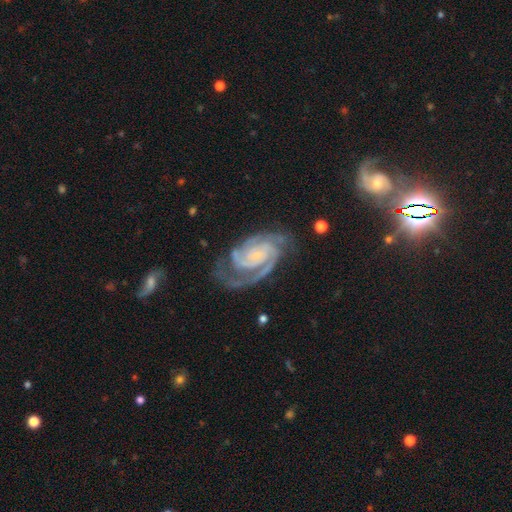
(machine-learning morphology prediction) Q: Smooth or featured?
A: featured or disk (92%); runner-up: star or artifact (4%)
Q: Edge-on disk?
A: no (98%); runner-up: yes (2%)
Q: Bar?
A: no (58%); runner-up: weak (30%)
Q: Spiral arms?
A: yes (99%); runner-up: no (1%)
Q: Spiral winding?
A: tight (65%); runner-up: medium (31%)
Q: Spiral arm count?
A: 2 (65%); runner-up: 3 (19%)
Q: Bulge size?
A: small (64%); runner-up: none (22%)
Q: Merging?
A: none (69%); runner-up: minor disturbance (19%)